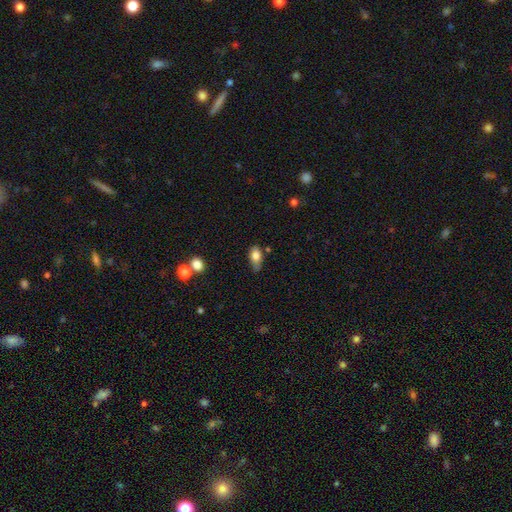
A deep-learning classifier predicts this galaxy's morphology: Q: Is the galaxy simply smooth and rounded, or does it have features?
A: smooth — 79%.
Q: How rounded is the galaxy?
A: in between — 86%.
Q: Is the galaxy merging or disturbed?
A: none — 52%.